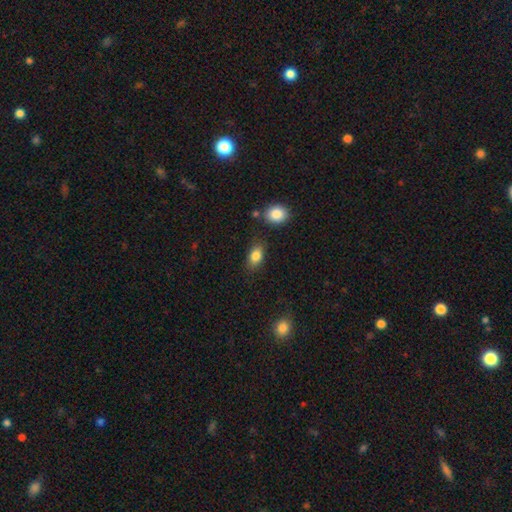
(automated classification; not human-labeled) smooth_or_featured: smooth (p=0.84) [alt: star or artifact p=0.09]
how_rounded: in between (p=0.84) [alt: round p=0.13]
merging: none (p=0.80) [alt: minor disturbance p=0.13]